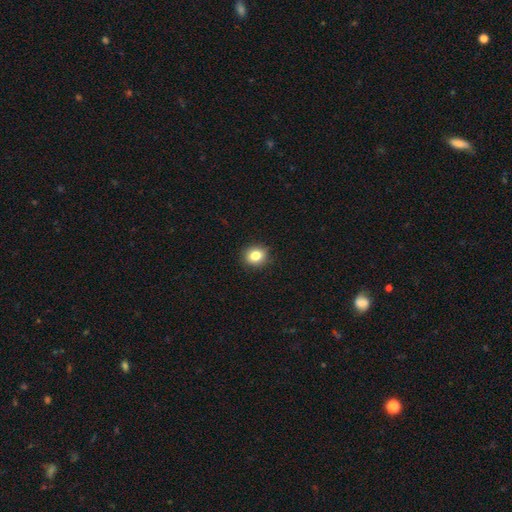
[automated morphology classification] A smooth galaxy with no disk features (83%) that is round (77%). Merging: none (90%).